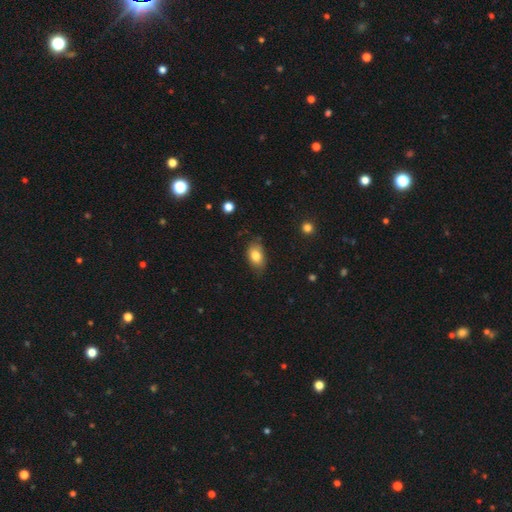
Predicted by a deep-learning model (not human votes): smooth-or-featured: smooth: 81% | featured or disk: 10% | star or artifact: 8%
  how-rounded: in between: 85% | round: 14% | cigar-shaped: 2%
  merging: none: 72% | minor disturbance: 22% | major disturbance: 4% | merger: 1%